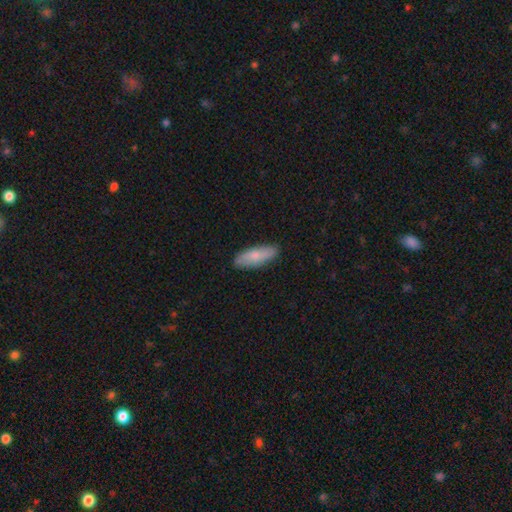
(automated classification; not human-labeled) This is likely a smooth galaxy (77%). How rounded: likely in between (61%). Merging: clearly none (85%).